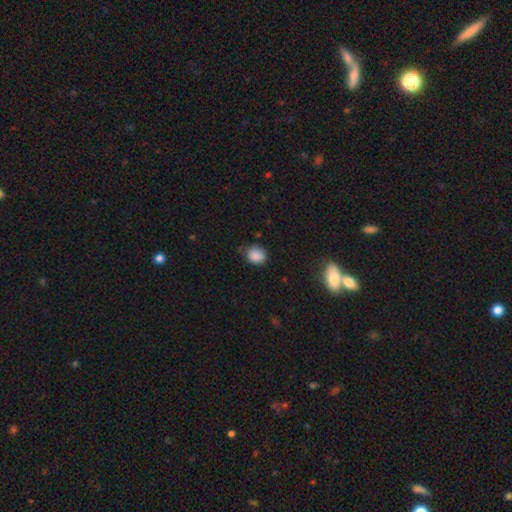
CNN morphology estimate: Smooth or featured: smooth — 86% (star or artifact — 9%)
How rounded: round — 59% (in between — 40%)
Merging: none — 66% (minor disturbance — 27%)